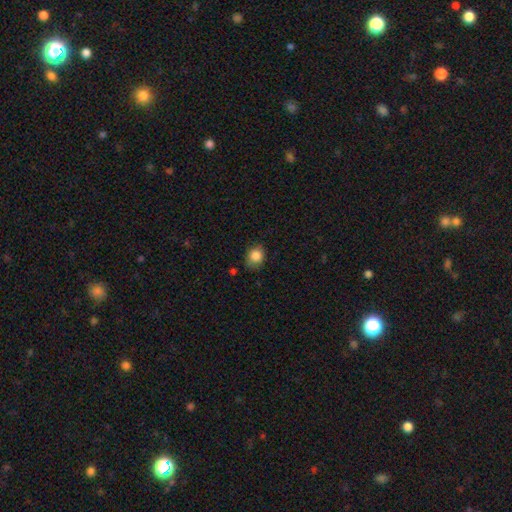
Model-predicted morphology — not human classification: type=smooth (85%); roundness=round (64%); merging=none (68%).